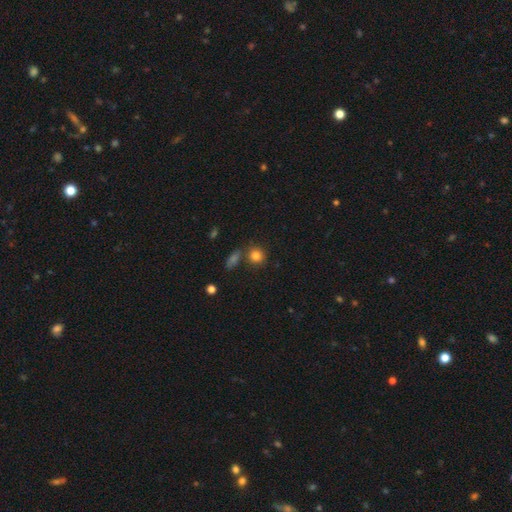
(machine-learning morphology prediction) This appears to be a smooth galaxy with no disk features (82%) that is round (82%). Merging: none (71%).